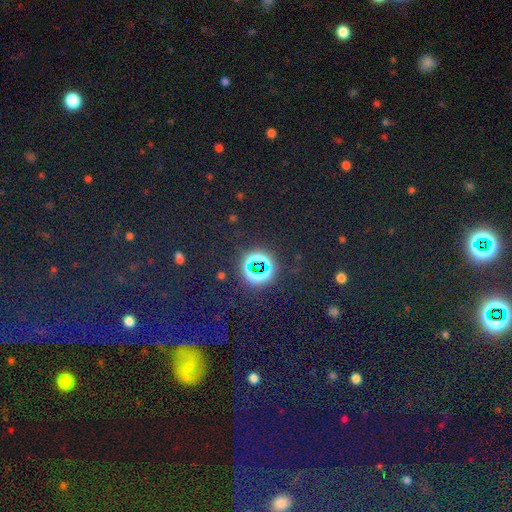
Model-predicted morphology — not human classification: Smooth or featured? Predicted: star or artifact (p=0.76).